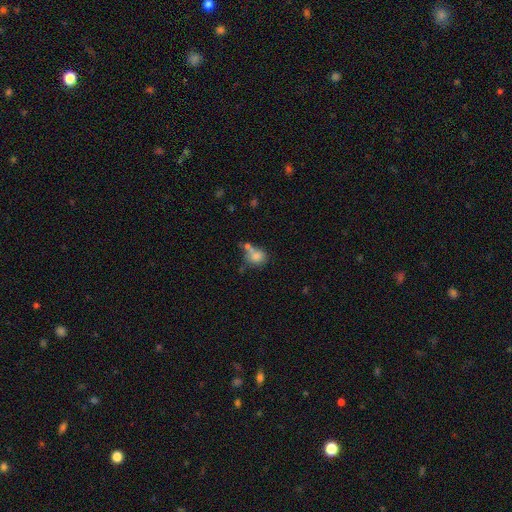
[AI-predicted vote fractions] Q: Smooth or featured?
A: smooth (77%); runner-up: featured or disk (12%)
Q: How rounded?
A: round (63%); runner-up: in between (35%)
Q: Merging?
A: none (40%); runner-up: merger (33%)